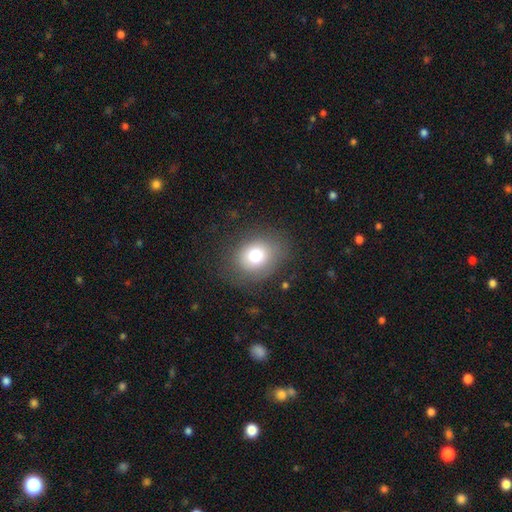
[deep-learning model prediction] smooth_or_featured: smooth (p=0.73) [alt: featured or disk p=0.14]
how_rounded: round (p=0.60) [alt: in between p=0.39]
merging: none (p=0.76) [alt: minor disturbance p=0.15]